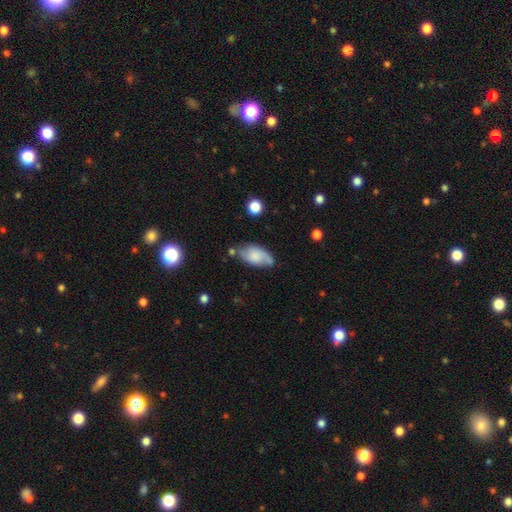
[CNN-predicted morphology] The model was most divided on "smooth or featured": smooth: 59%, featured or disk: 33%, star or artifact: 8%. More confident: how rounded — in between (92%); merging — none (59%).